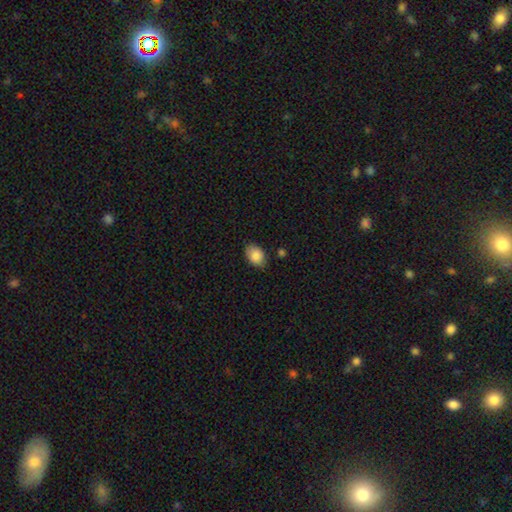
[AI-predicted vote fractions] A smooth galaxy with no disk features (86%) that is in between round and cigar-shaped (82%). Merging: none (76%).